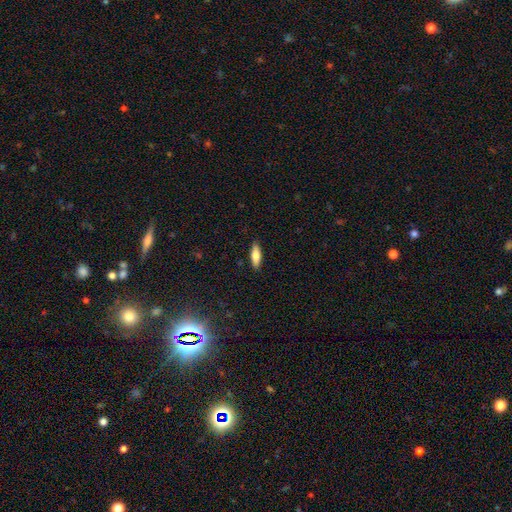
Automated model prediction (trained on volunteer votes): Smooth or featured? Predicted: smooth (p=0.73). How rounded? Predicted: in between (p=0.55). Merging? Predicted: none (p=0.89).